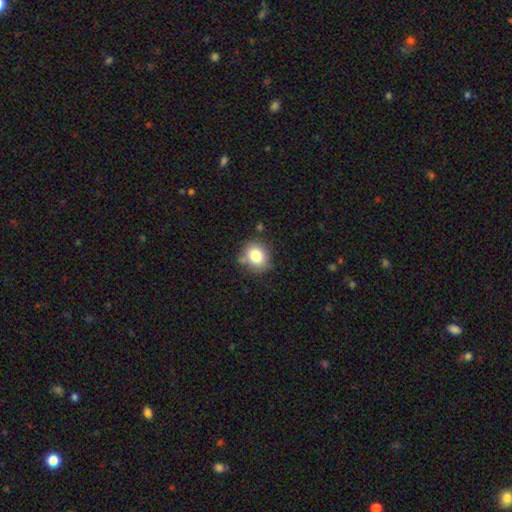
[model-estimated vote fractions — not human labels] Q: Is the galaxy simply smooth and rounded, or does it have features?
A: smooth — 79%.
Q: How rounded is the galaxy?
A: round — 73%.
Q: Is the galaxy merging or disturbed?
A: none — 75%.